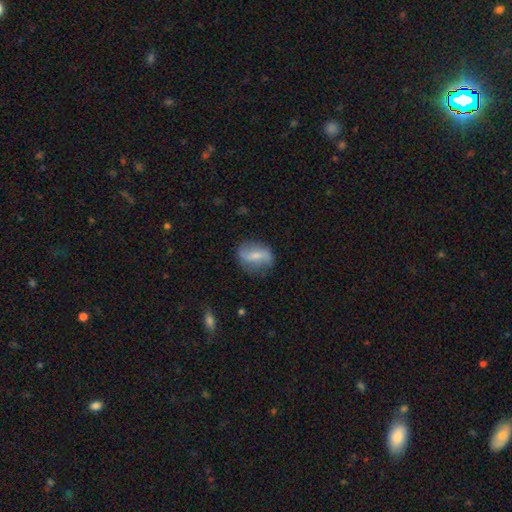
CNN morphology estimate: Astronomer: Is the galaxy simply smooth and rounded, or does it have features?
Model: featured or disk — 59%.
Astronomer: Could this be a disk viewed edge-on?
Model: no — 93%.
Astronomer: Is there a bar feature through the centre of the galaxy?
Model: strong — 42% (runner-up: weak, 37%).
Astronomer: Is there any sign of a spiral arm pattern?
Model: yes — 77%.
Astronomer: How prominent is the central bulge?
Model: small — 51% (runner-up: moderate, 33%).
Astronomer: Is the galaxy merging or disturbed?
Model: none — 76%.